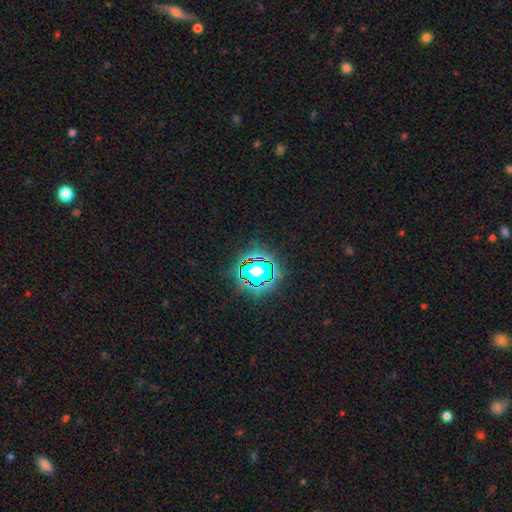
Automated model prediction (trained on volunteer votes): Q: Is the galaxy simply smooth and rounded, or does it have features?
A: star or artifact — 78%.